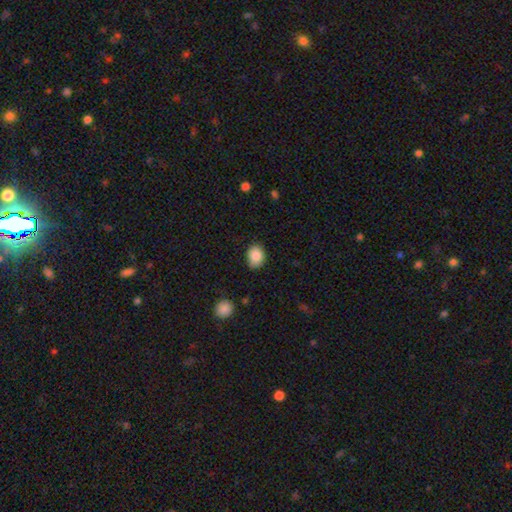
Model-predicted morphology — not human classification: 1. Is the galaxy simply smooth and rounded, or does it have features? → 87% smooth, 8% star or artifact, 5% featured or disk.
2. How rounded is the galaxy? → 58% in between, 41% round, 1% cigar-shaped.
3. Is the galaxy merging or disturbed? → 78% none, 17% minor disturbance, 3% major disturbance, 1% merger.